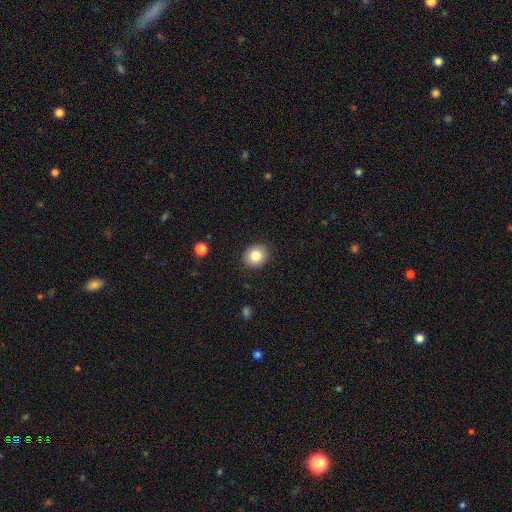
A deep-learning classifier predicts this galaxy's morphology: A smooth galaxy with no disk features (83%) that is round (76%).

Vote fractions:
- Smooth or featured? smooth: 83% / star or artifact: 9% / featured or disk: 8%
- How rounded? round: 76% / in between: 23% / cigar-shaped: 1%
- Merging? none: 90% / minor disturbance: 7% / major disturbance: 2% / merger: 1%